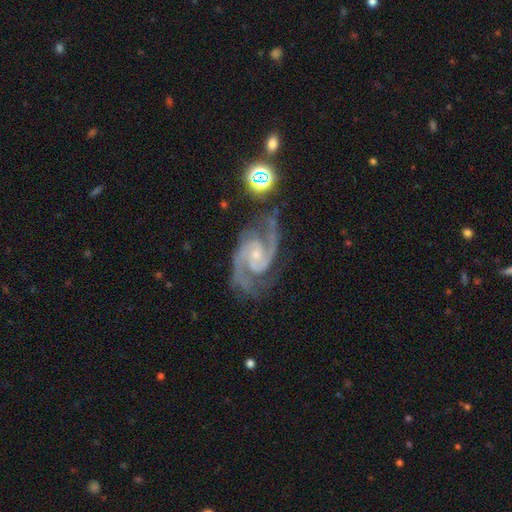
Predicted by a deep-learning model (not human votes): This is clearly a featured or disk galaxy (93%). It is clearly not viewed edge-on (98%). Bar: possibly no (54%). Spiral arm pattern: clearly yes (99%). Spiral arm count: clearly 2 (89%). Spiral winding: likely medium (61%). Central bulge: likely small (73%). Merging: likely none (71%).